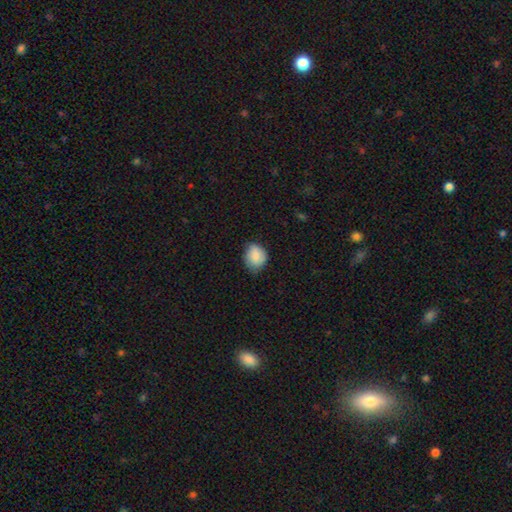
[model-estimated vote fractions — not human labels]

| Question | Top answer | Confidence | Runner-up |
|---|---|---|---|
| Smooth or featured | smooth | 84% | featured or disk (9%) |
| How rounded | round | 50% | in between (49%) |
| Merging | none | 61% | minor disturbance (32%) |